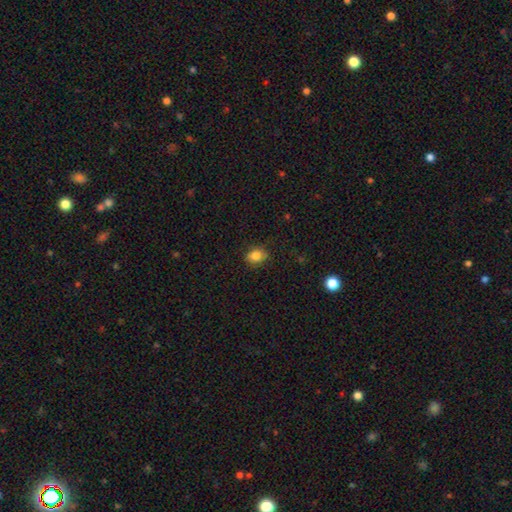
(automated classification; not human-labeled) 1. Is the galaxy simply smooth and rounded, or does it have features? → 84% smooth, 10% star or artifact, 6% featured or disk.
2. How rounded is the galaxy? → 65% in between, 34% round, 1% cigar-shaped.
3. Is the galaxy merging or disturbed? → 84% none, 12% minor disturbance, 3% major disturbance, 1% merger.